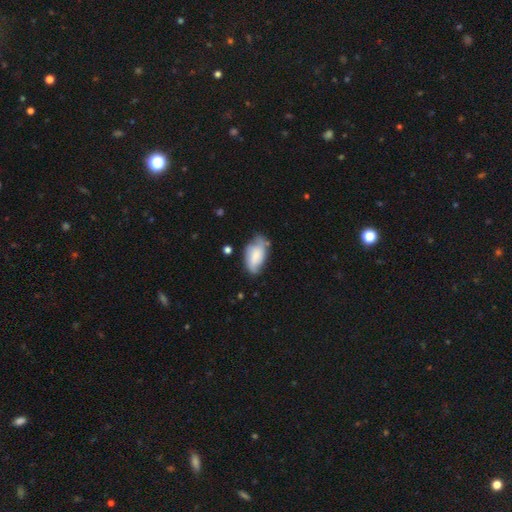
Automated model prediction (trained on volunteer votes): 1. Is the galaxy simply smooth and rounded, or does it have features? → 59% smooth, 34% featured or disk, 7% star or artifact.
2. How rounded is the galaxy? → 92% in between, 4% cigar-shaped, 4% round.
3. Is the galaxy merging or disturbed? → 51% none, 34% minor disturbance, 11% major disturbance, 5% merger.